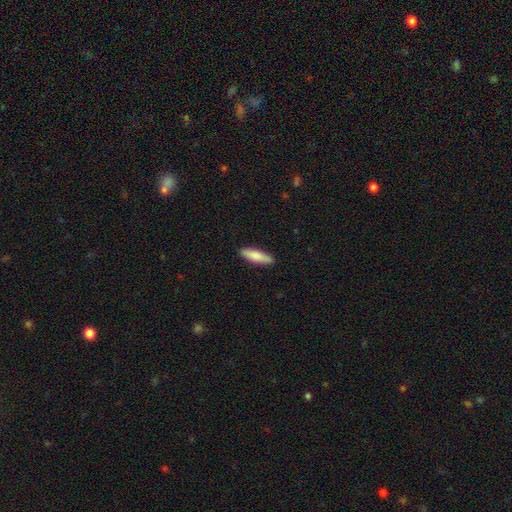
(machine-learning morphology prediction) smooth_or_featured: smooth (p=0.83) [alt: featured or disk p=0.12]
how_rounded: cigar-shaped (p=0.64) [alt: in between p=0.34]
merging: none (p=0.89) [alt: minor disturbance p=0.08]